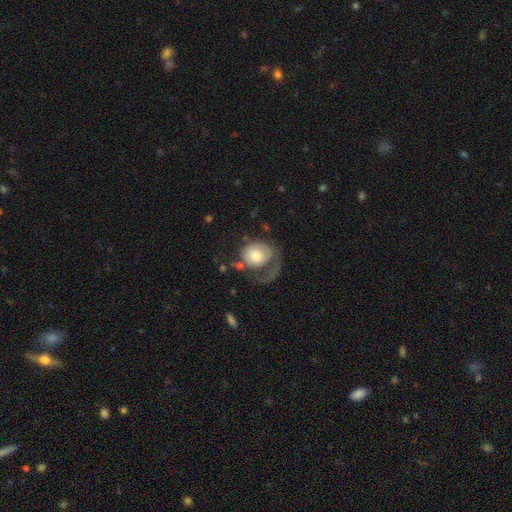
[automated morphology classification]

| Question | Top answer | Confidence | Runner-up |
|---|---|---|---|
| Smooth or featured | smooth | 58% | featured or disk (36%) |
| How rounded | round | 71% | in between (28%) |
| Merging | major disturbance | 51% | none (28%) |